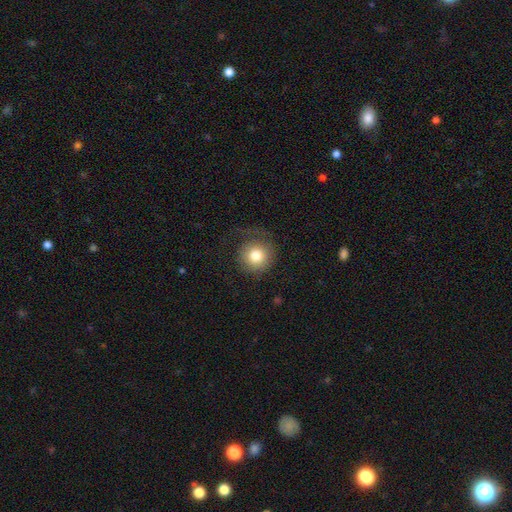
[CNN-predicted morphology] Q: Smooth or featured?
A: smooth (78%); runner-up: featured or disk (13%)
Q: How rounded?
A: round (94%); runner-up: in between (5%)
Q: Merging?
A: none (67%); runner-up: major disturbance (16%)